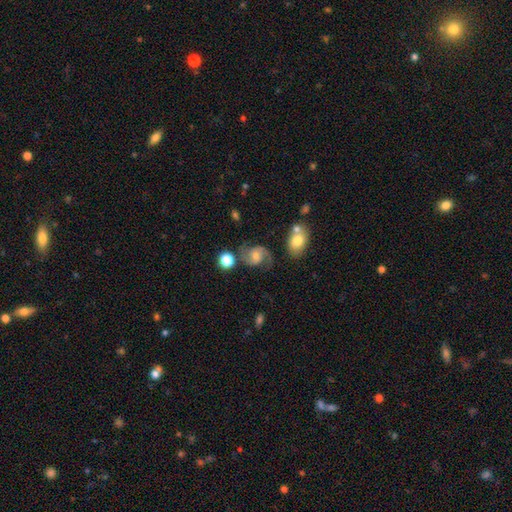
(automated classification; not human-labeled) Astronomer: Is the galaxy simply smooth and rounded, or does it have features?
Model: featured or disk — 77%.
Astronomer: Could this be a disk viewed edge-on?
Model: no — 98%.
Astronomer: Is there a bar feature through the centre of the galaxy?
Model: no — 50% (runner-up: weak, 40%).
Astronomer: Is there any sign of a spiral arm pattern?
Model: yes — 95%.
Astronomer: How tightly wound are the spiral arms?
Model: medium — 51% (runner-up: loose, 35%).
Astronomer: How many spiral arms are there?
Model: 2 — 92%.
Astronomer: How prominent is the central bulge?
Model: moderate — 52% (runner-up: small, 35%).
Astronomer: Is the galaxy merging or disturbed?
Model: none — 70%.